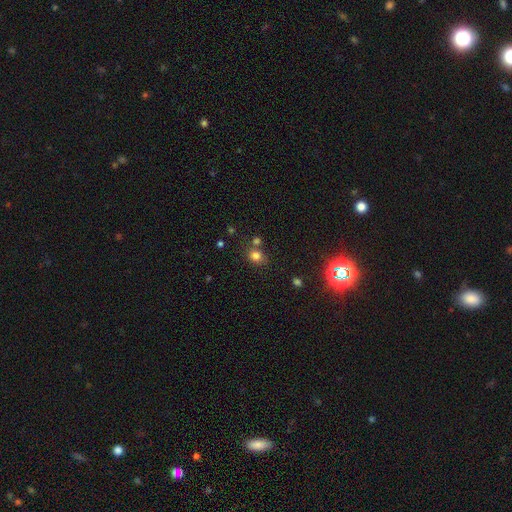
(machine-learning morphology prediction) Q: Smooth or featured?
A: smooth (78%); runner-up: star or artifact (15%)
Q: How rounded?
A: round (67%); runner-up: in between (32%)
Q: Merging?
A: none (66%); runner-up: merger (18%)